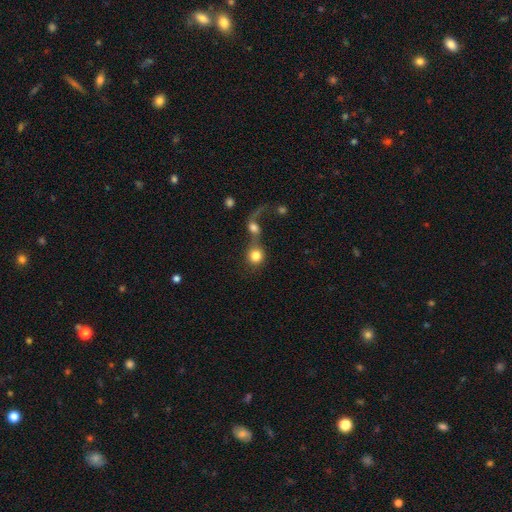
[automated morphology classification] smooth-or-featured: smooth: 78% | featured or disk: 13% | star or artifact: 9%
  how-rounded: round: 86% | in between: 12% | cigar-shaped: 1%
  merging: merger: 59% | none: 25% | major disturbance: 10% | minor disturbance: 6%